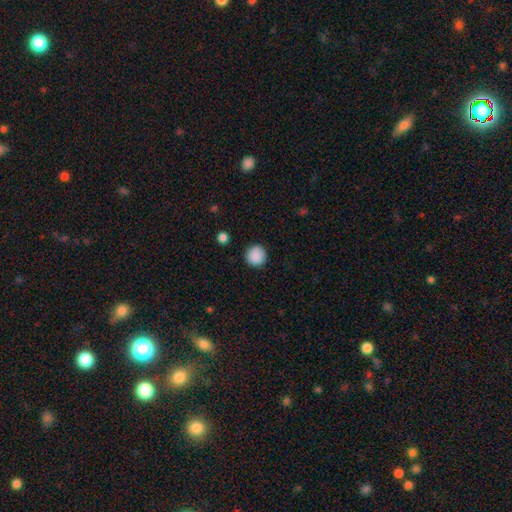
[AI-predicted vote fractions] smooth 89%, star or artifact 8%, featured or disk 3%. Down the decision tree: how rounded — round (95%); merging — none (91%).